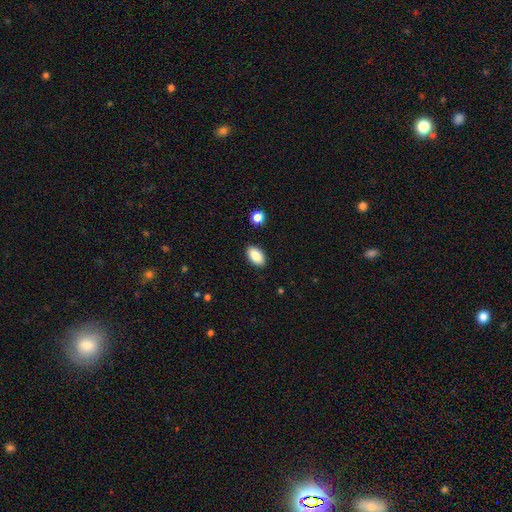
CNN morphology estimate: Smooth or featured: smooth — 87% (star or artifact — 7%)
How rounded: in between — 94% (round — 4%)
Merging: none — 89% (minor disturbance — 8%)